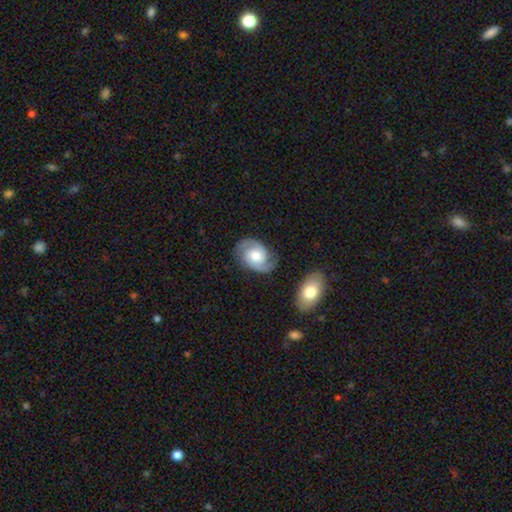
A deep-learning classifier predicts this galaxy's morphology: A featured or disk galaxy (82%) with no bar (60%), 2 (92%) medium (50%) spiral arms (96%) and a moderate central bulge (65%). Merging: none (80%).